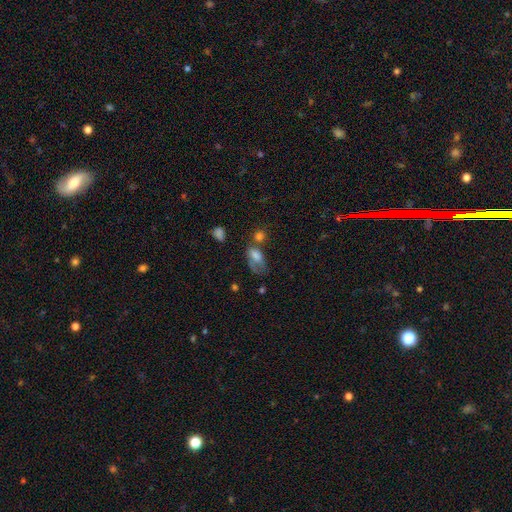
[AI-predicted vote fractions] Smooth or featured? smooth (70%)
How rounded? in between (87%)
Merging? major disturbance (34%)